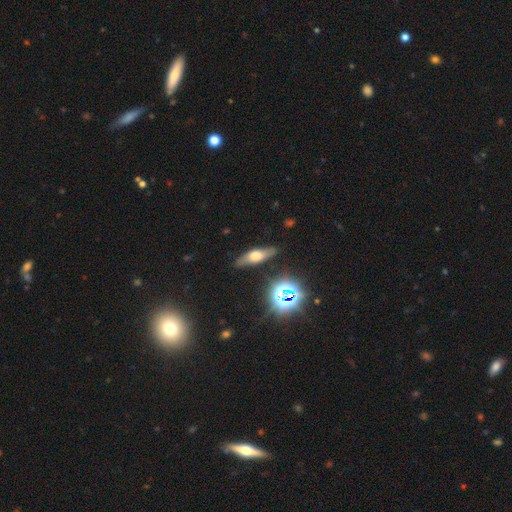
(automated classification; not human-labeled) Overall: smooth (46%; featured or disk 39%). Merging: none (83%).